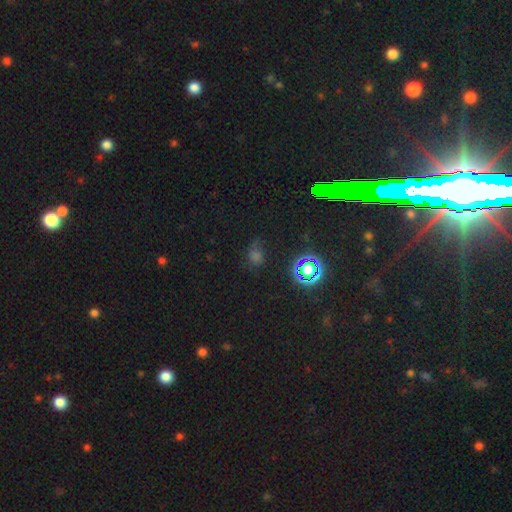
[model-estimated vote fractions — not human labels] Q: Smooth or featured?
A: star or artifact (47%); runner-up: smooth (42%)